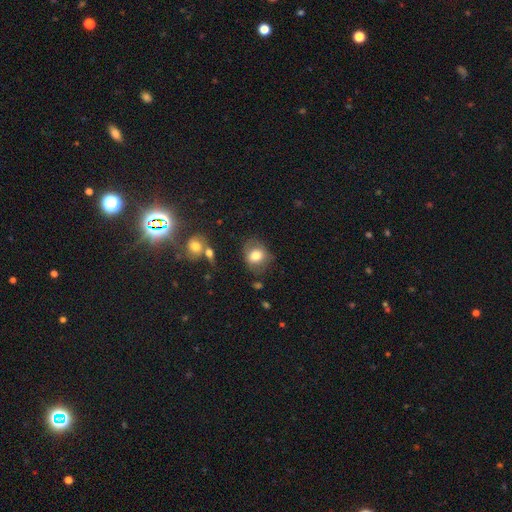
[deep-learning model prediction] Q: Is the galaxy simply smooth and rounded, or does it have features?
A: smooth — 75%.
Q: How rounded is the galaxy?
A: round — 60%.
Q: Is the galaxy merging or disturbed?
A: none — 63%.